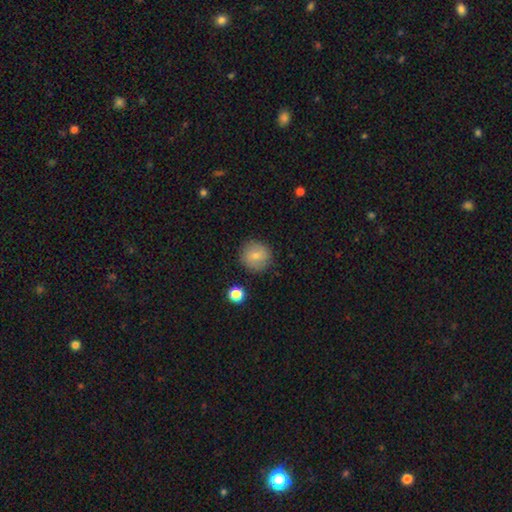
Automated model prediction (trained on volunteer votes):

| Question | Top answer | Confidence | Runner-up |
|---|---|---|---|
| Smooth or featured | smooth | 76% | featured or disk (14%) |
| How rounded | round | 93% | in between (6%) |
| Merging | none | 87% | minor disturbance (9%) |